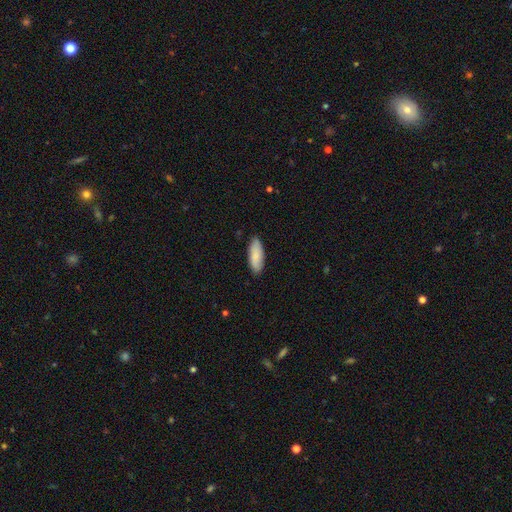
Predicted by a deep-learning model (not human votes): Smooth or featured? Predicted: smooth (p=0.84). How rounded? Predicted: in between (p=0.74). Merging? Predicted: none (p=0.86).